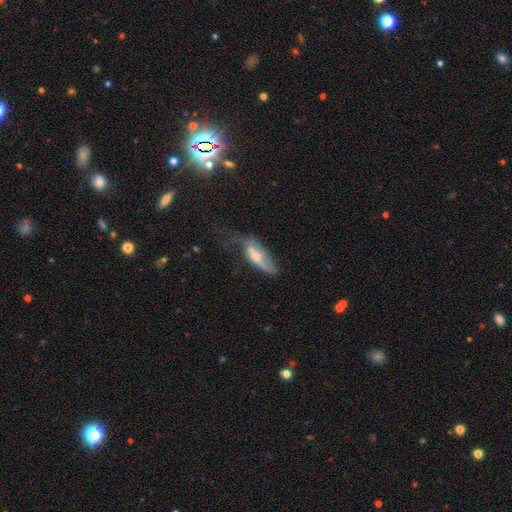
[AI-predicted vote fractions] Smooth or featured?
  - featured or disk: 51% *
  - smooth: 40%
  - star or artifact: 8%
Edge-on disk?
  - no: 67% *
  - yes: 33%
Merging?
  - major disturbance: 34% *
  - minor disturbance: 31%
  - none: 31%
  - merger: 5%